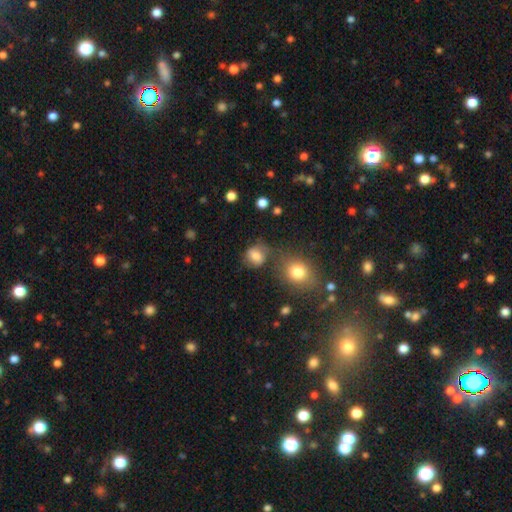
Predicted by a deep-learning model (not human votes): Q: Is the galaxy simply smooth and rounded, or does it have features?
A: smooth — 74%.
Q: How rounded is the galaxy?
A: round — 67%.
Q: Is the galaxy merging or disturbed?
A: none — 57%.